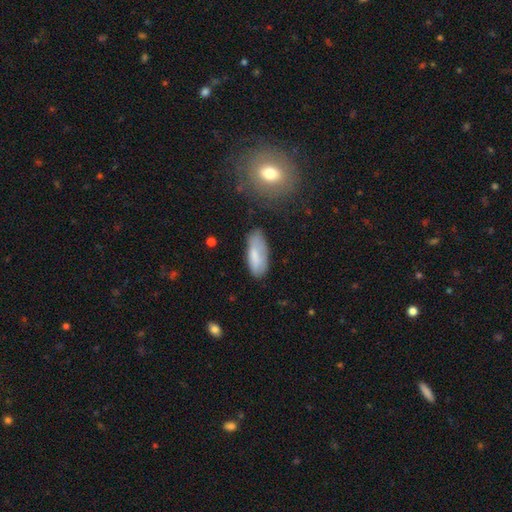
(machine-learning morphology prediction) smooth 74%, featured or disk 19%, star or artifact 7%. Down the decision tree: how rounded — in between (76%); merging — none (64%).